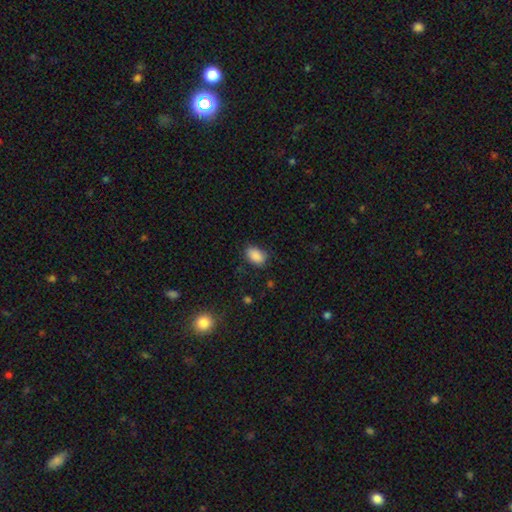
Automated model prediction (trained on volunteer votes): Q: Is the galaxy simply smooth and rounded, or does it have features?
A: smooth — 89%.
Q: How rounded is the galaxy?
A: in between — 90%.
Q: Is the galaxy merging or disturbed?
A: none — 79%.